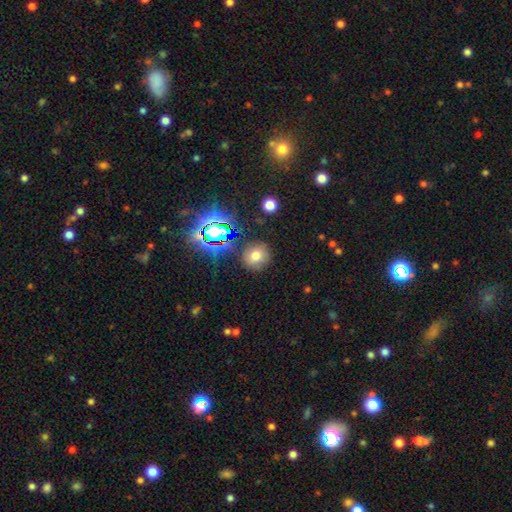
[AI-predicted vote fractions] smooth_or_featured: smooth (p=0.68) [alt: star or artifact p=0.21]
how_rounded: round (p=0.87) [alt: in between p=0.12]
merging: none (p=0.86) [alt: minor disturbance p=0.08]